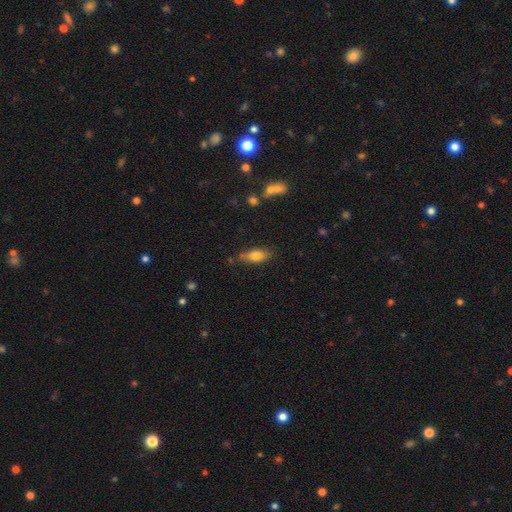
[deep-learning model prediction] Smooth or featured?
  - smooth: 73% *
  - featured or disk: 19%
  - star or artifact: 8%
How rounded?
  - in between: 73% *
  - cigar-shaped: 24%
  - round: 4%
Merging?
  - none: 73% *
  - minor disturbance: 19%
  - merger: 4%
  - major disturbance: 4%